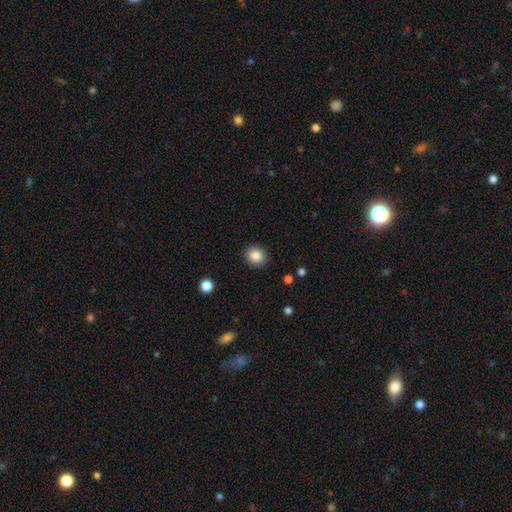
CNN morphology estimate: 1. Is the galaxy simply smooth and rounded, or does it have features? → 85% smooth, 10% star or artifact, 5% featured or disk.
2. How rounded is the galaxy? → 83% round, 16% in between, 1% cigar-shaped.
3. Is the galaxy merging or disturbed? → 90% none, 7% minor disturbance, 2% major disturbance, 1% merger.